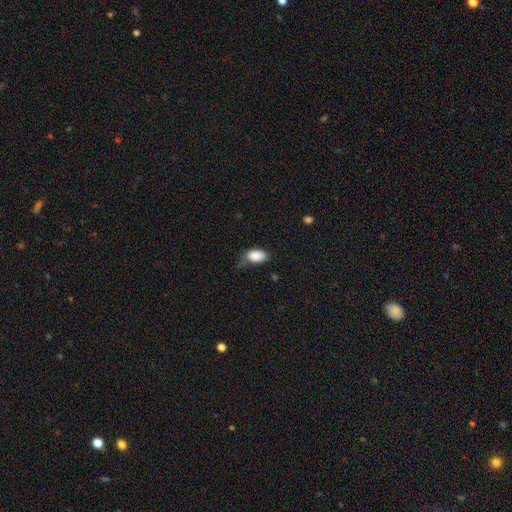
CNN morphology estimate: This appears to be a smooth galaxy with no disk features (86%) that is in between round and cigar-shaped (93%). Merging: none (42%).